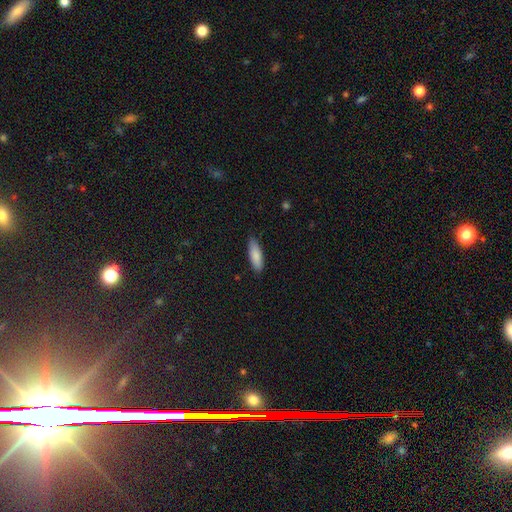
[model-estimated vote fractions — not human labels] Q: Smooth or featured?
A: smooth (86%); runner-up: featured or disk (8%)
Q: How rounded?
A: in between (57%); runner-up: cigar-shaped (42%)
Q: Merging?
A: none (86%); runner-up: minor disturbance (11%)